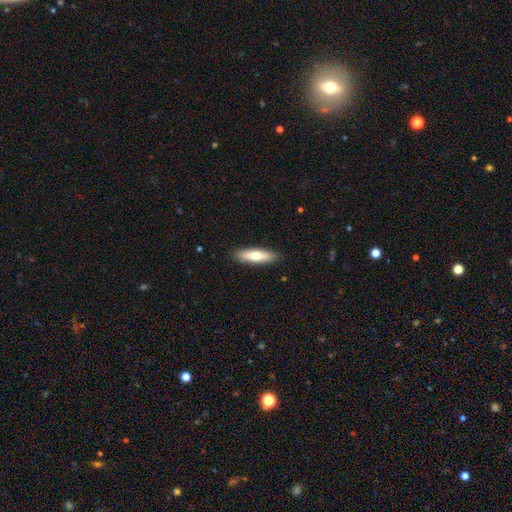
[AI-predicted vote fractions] Overall: smooth (69%). How rounded: cigar-shaped (61%; in between 38%). Merging: none (89%).